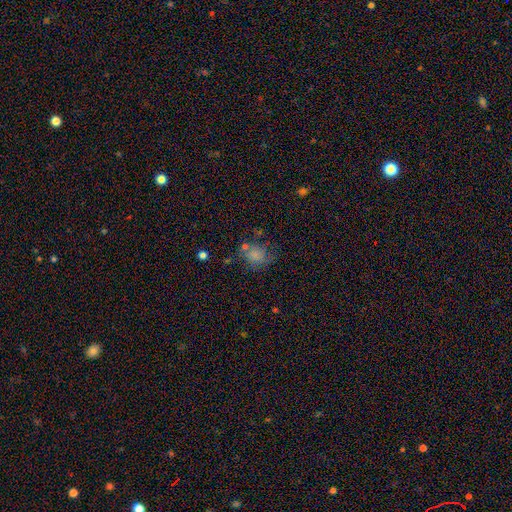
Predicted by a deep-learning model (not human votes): smooth-or-featured: smooth: 64% | featured or disk: 23% | star or artifact: 13%
  how-rounded: round: 65% | in between: 34% | cigar-shaped: 1%
  merging: none: 46% | minor disturbance: 25% | major disturbance: 20% | merger: 9%